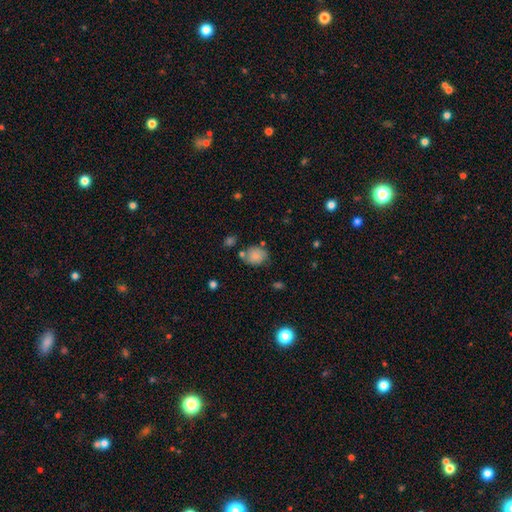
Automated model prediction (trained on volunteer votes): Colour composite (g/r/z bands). It shows a smooth galaxy with no disk features (77%) that is round (57%). Merging: none (63%).